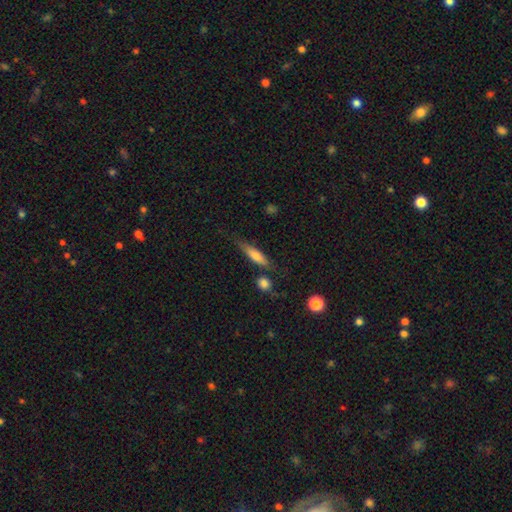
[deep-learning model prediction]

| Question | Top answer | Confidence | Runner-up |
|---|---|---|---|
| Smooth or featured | smooth | 63% | featured or disk (30%) |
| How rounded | cigar-shaped | 76% | in between (22%) |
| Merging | none | 71% | minor disturbance (17%) |